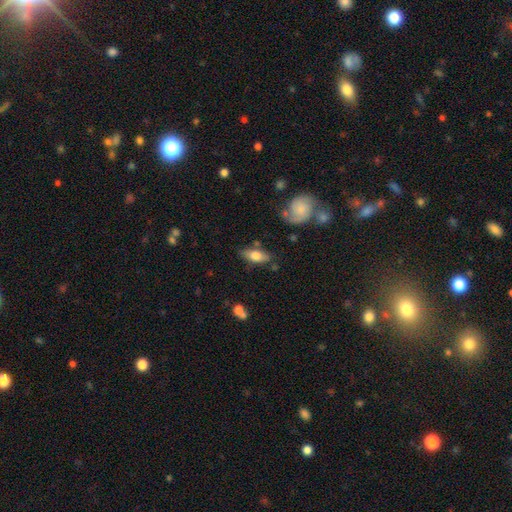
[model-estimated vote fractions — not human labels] Smooth or featured? Predicted: smooth (p=0.69). How rounded? Predicted: in between (p=0.79). Merging? Predicted: none (p=0.74).